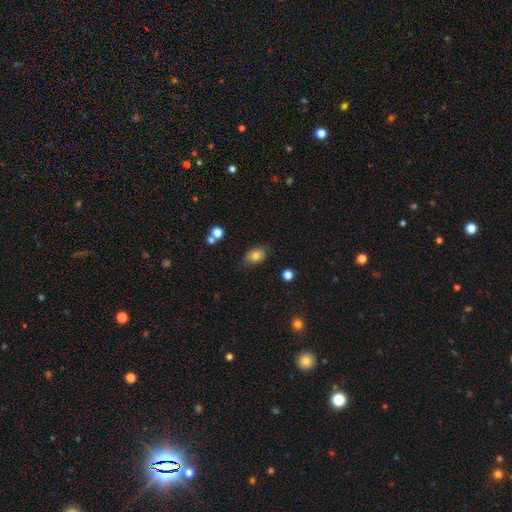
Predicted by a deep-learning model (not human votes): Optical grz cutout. It shows a smooth galaxy with no disk features (80%) that is in between round and cigar-shaped (81%). Merging: none (79%).